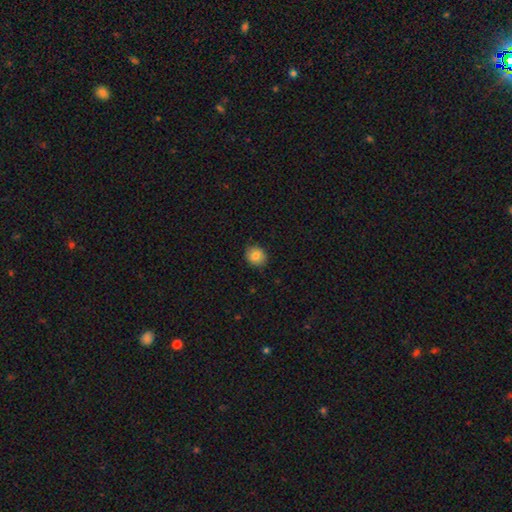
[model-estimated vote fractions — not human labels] This is clearly a smooth galaxy (83%). How rounded: likely round (77%). Merging: clearly none (88%).